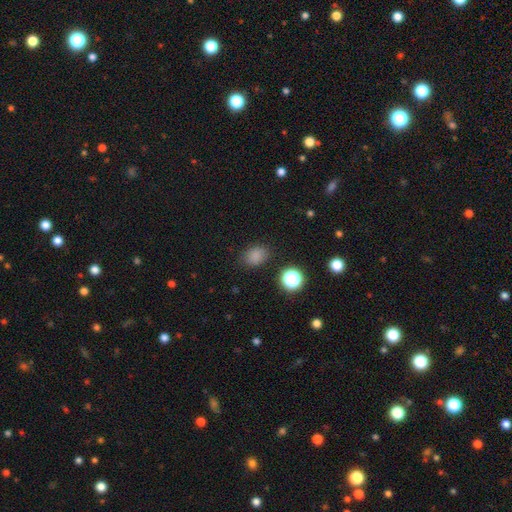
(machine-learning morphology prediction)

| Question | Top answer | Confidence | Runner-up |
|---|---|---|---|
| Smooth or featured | smooth | 80% | star or artifact (15%) |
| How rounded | in between | 62% | round (37%) |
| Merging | none | 81% | minor disturbance (13%) |